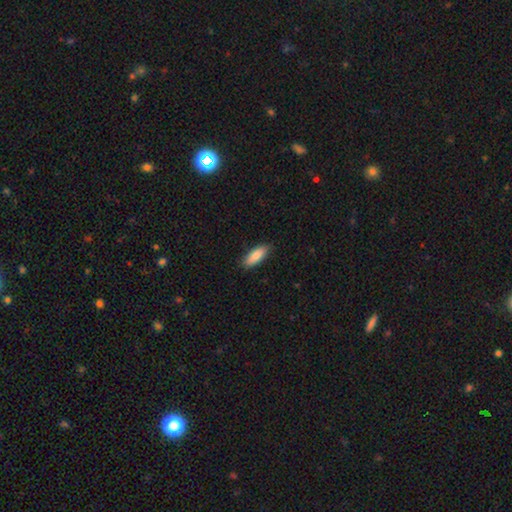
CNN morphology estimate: A smooth galaxy with no disk features (84%) that is in between round and cigar-shaped (74%).

Vote fractions:
- Smooth or featured? smooth: 84% / featured or disk: 10% / star or artifact: 6%
- How rounded? in between: 74% / cigar-shaped: 24% / round: 2%
- Merging? none: 87% / minor disturbance: 10% / major disturbance: 2% / merger: 1%